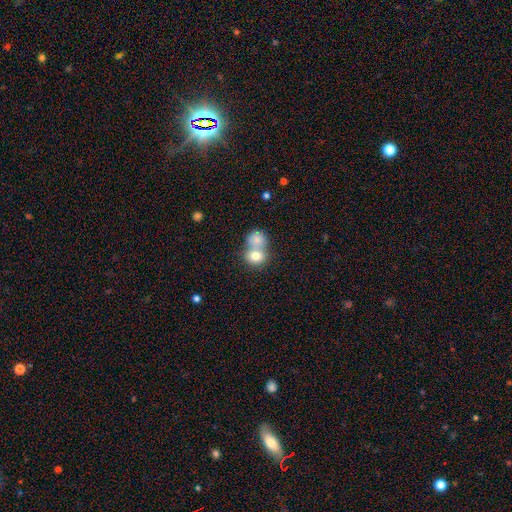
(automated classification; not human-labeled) Q: Smooth or featured?
A: smooth (77%); runner-up: featured or disk (14%)
Q: How rounded?
A: round (64%); runner-up: in between (35%)
Q: Merging?
A: merger (64%); runner-up: none (27%)